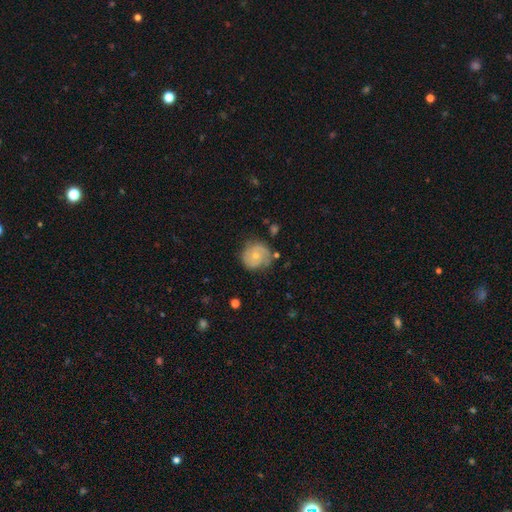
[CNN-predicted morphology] smooth_or_featured: featured or disk (p=0.65) [alt: smooth p=0.28]
disk_edge_on: no (p=0.98) [alt: yes p=0.02]
bar: no (p=0.75) [alt: weak p=0.22]
has_spiral_arms: yes (p=0.89) [alt: no p=0.11]
spiral_winding: tight (p=0.54) [alt: medium p=0.35]
spiral_arm_count: 2 (p=0.60) [alt: can't tell p=0.18]
bulge_size: small (p=0.59) [alt: moderate p=0.37]
merging: none (p=0.70) [alt: minor disturbance p=0.21]